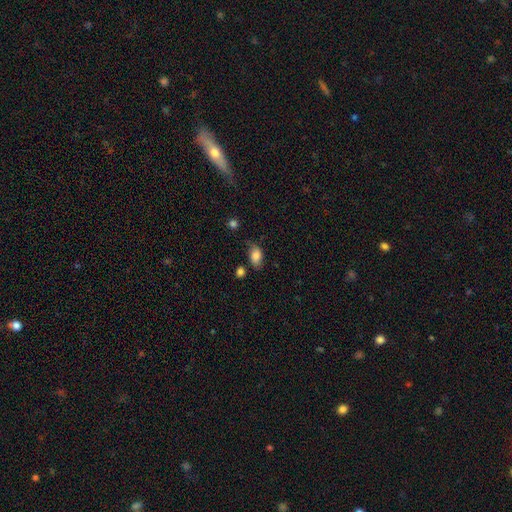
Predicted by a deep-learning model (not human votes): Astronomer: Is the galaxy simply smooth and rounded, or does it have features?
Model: smooth — 81%.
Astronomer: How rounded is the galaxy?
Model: in between — 86%.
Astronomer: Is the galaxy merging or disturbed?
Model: none — 64%.